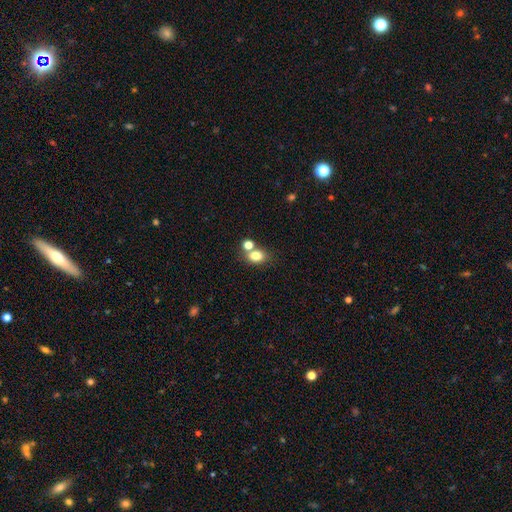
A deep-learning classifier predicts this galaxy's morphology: type=smooth (80%); roundness=in between (61%); merging=none (54%).